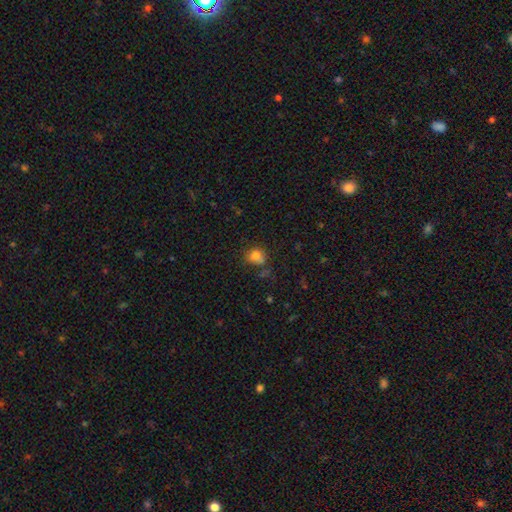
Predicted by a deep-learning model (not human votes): smooth 79%, star or artifact 13%, featured or disk 8%. Down the decision tree: how rounded — round (67%); merging — none (56%).